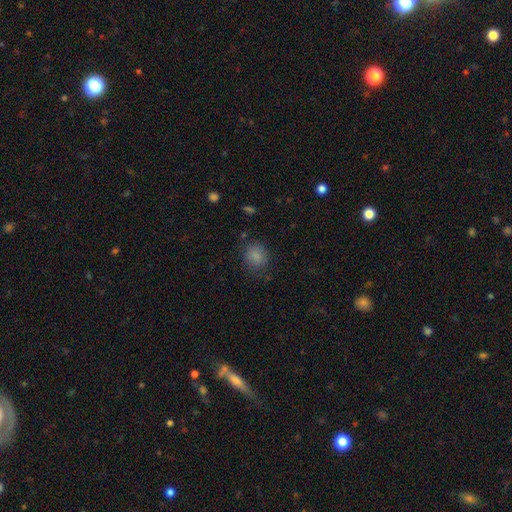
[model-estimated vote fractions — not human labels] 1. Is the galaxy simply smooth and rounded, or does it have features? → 84% smooth, 11% star or artifact, 5% featured or disk.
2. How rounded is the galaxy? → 74% round, 25% in between, 1% cigar-shaped.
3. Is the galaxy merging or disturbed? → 79% none, 15% minor disturbance, 5% major disturbance, 2% merger.